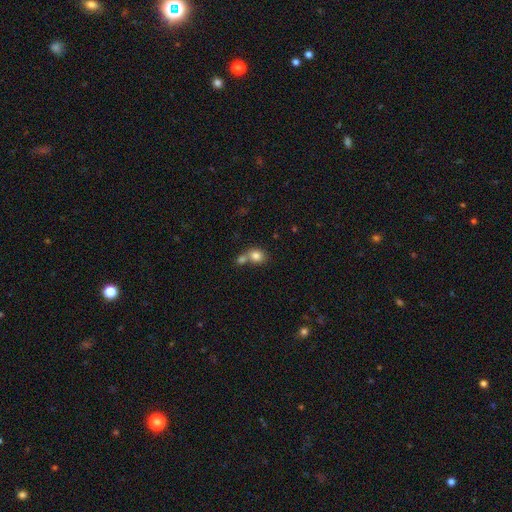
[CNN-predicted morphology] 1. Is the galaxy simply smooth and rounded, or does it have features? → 81% smooth, 10% star or artifact, 9% featured or disk.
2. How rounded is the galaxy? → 67% round, 32% in between, 1% cigar-shaped.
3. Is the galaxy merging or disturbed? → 49% merger, 39% none, 8% minor disturbance, 3% major disturbance.